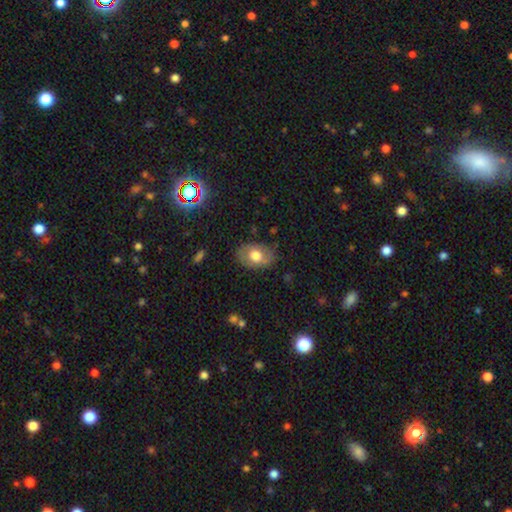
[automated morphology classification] type=smooth (62%); roundness=in between (79%); merging=none (79%).